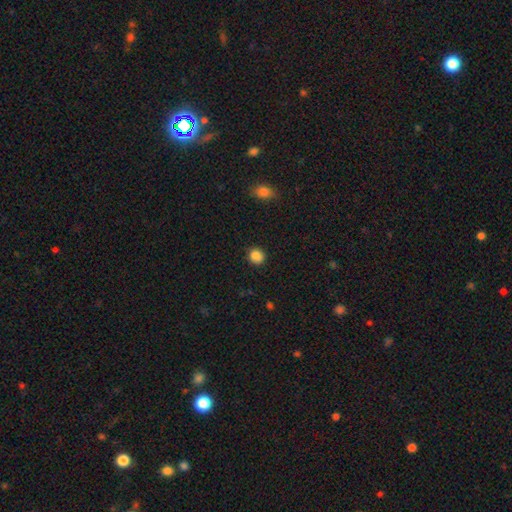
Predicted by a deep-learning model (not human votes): The model was most divided on "how rounded": round: 84%, in between: 15%, cigar-shaped: 1%. More confident: merging — none (88%); smooth or featured — smooth (86%).